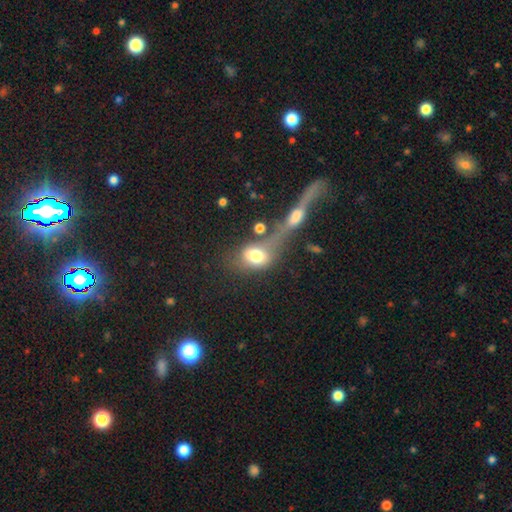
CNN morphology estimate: A smooth galaxy with no disk features (67%) that is in between round and cigar-shaped (65%).

Vote fractions:
- Smooth or featured? smooth: 67% / featured or disk: 21% / star or artifact: 11%
- How rounded? in between: 65% / round: 31% / cigar-shaped: 4%
- Merging? merger: 41% / none: 27% / major disturbance: 20% / minor disturbance: 13%